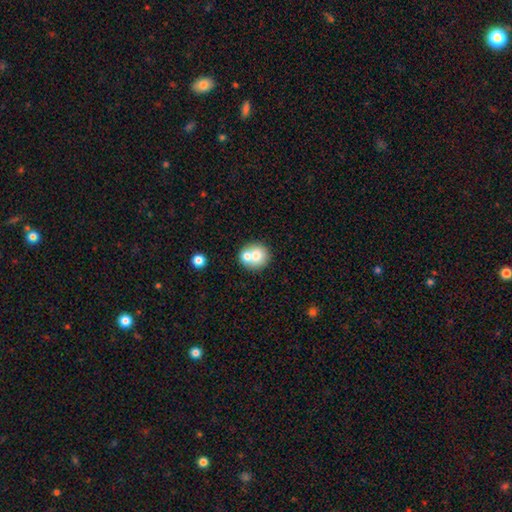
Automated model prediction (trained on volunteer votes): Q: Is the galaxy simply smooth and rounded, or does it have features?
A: smooth — 70%.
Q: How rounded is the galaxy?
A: round — 85%.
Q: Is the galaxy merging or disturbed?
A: none — 50%.